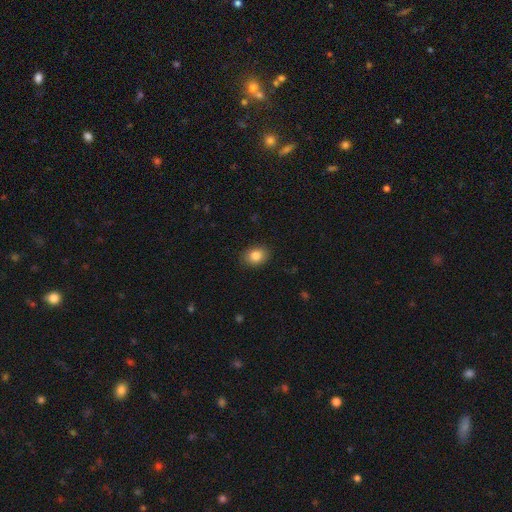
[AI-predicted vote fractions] Smooth or featured? smooth (85%)
How rounded? in between (59%)
Merging? none (89%)